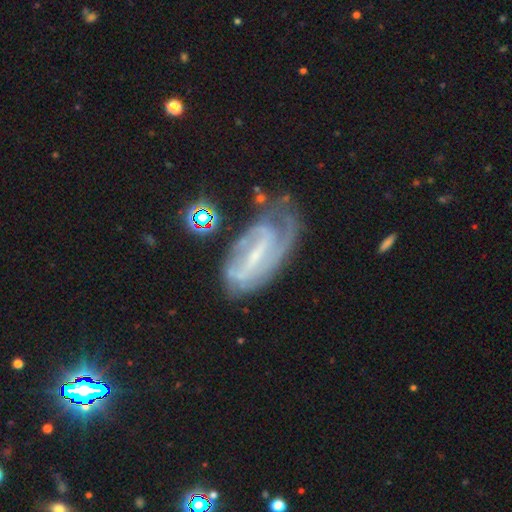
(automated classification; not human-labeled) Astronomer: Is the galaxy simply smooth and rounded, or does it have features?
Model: featured or disk — 79%.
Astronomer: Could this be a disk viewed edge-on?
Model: no — 93%.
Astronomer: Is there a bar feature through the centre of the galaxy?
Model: strong — 48% (runner-up: weak, 37%).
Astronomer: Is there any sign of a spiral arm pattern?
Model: yes — 87%.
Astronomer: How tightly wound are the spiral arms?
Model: tight — 48% (runner-up: medium, 36%).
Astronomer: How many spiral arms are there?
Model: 2 — 38% (runner-up: can't tell, 34%).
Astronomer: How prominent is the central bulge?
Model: small — 60%.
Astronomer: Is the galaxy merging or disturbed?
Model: none — 48% (runner-up: minor disturbance, 27%).